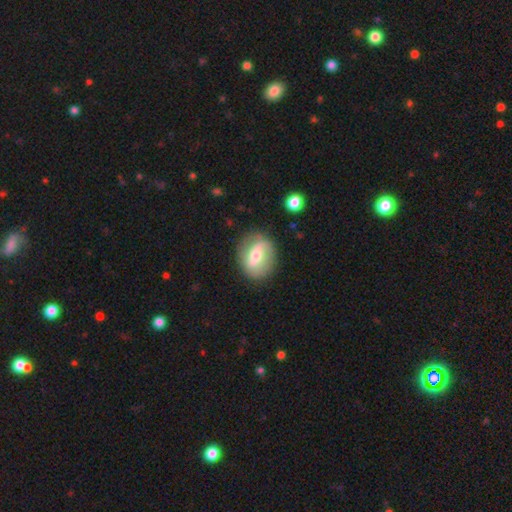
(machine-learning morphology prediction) Overall: featured or disk (54%; smooth 39%). Edge-on disk: no (93%). Merging: none (80%).